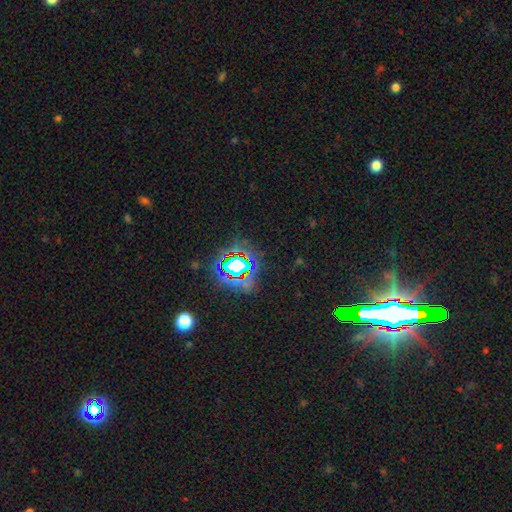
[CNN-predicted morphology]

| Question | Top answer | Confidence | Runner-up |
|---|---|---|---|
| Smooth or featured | star or artifact | 83% | smooth (9%) |